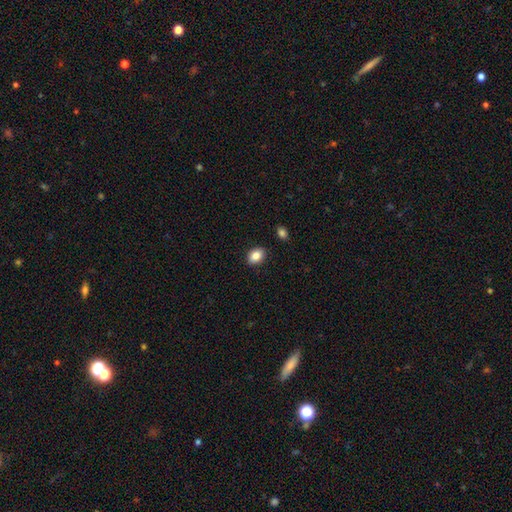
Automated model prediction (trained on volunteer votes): Morphology: type=smooth (85%); roundness=in between (74%); merging=none (89%).